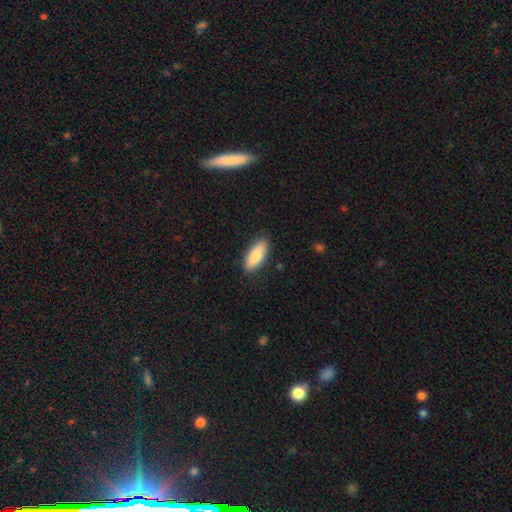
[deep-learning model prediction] This is clearly a smooth galaxy (86%). How rounded: likely in between (75%). Merging: clearly none (86%).